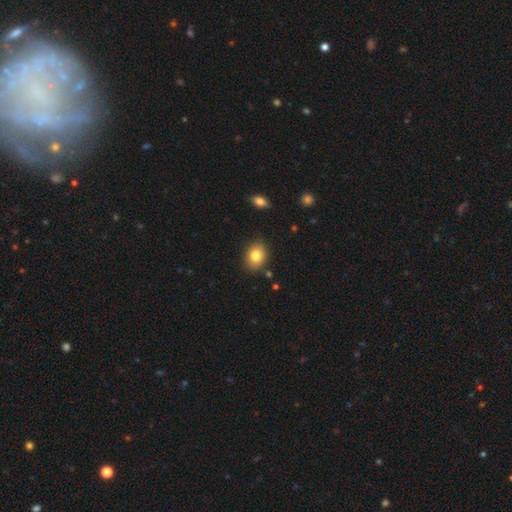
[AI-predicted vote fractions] This appears to be a smooth galaxy with no disk features (82%) that is in between round and cigar-shaped (56%). Merging: none (85%).